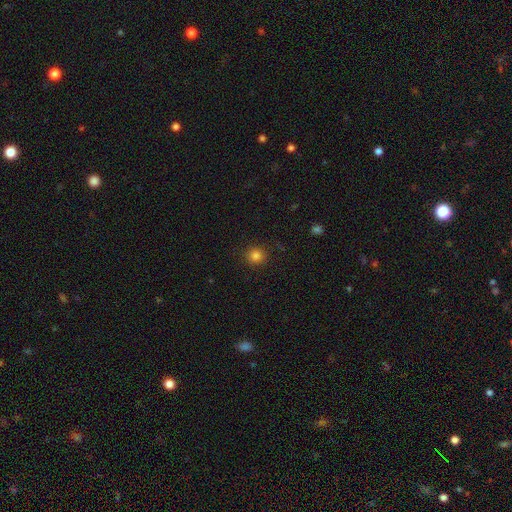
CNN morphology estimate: Q: Smooth or featured?
A: smooth (83%); runner-up: star or artifact (13%)
Q: How rounded?
A: round (92%); runner-up: in between (7%)
Q: Merging?
A: none (90%); runner-up: minor disturbance (7%)